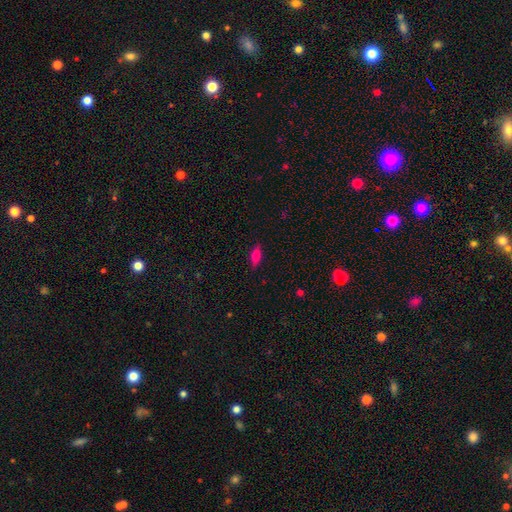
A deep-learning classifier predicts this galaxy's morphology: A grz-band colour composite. It shows a smooth galaxy with no disk features (72%) that is in between round and cigar-shaped (73%). Merging: none (86%).